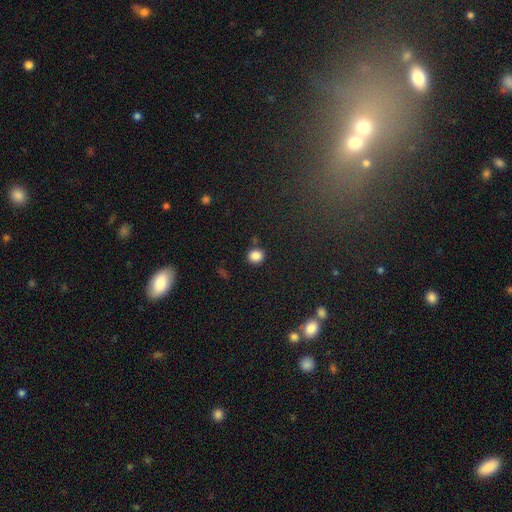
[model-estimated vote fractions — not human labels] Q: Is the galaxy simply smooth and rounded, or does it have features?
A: smooth — 85%.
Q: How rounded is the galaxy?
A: round — 81%.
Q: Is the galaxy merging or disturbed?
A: none — 85%.